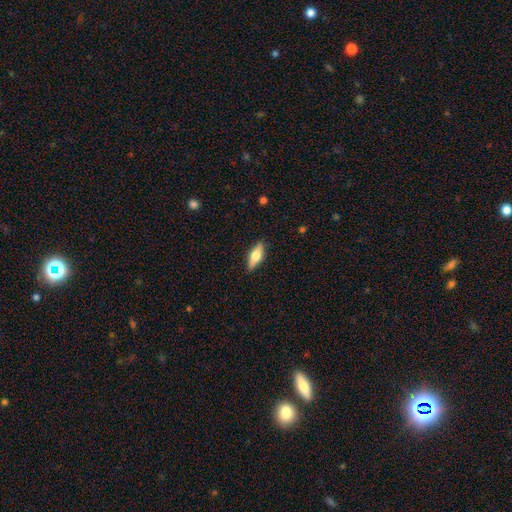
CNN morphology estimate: Smooth or featured? Predicted: smooth (p=0.50). How rounded? Predicted: in between (p=0.60). Merging? Predicted: none (p=0.88).